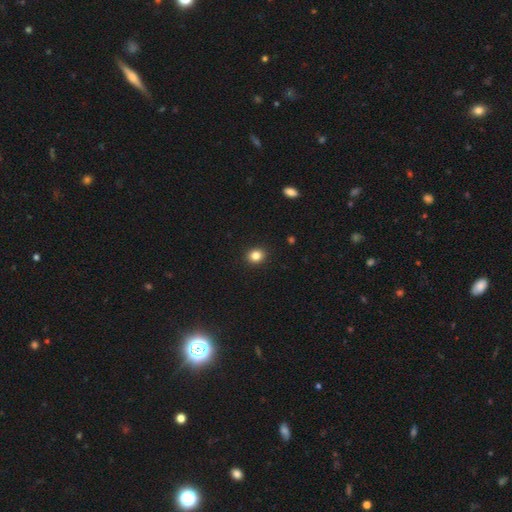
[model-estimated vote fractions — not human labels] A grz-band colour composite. It shows a smooth galaxy with no disk features (84%) that is round (69%). Merging: none (91%).